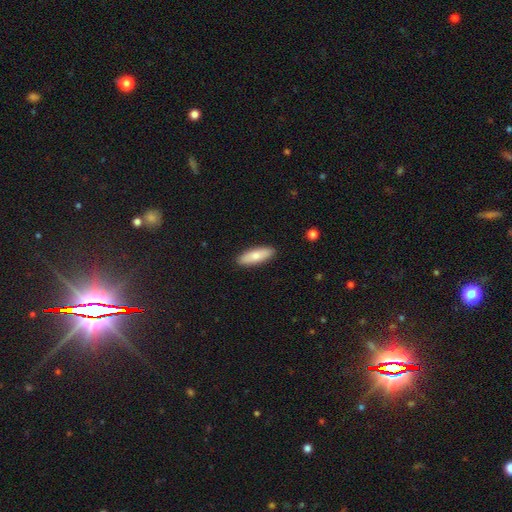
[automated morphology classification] Q: Smooth or featured?
A: smooth (75%); runner-up: featured or disk (19%)
Q: How rounded?
A: in between (58%); runner-up: cigar-shaped (40%)
Q: Merging?
A: none (90%); runner-up: minor disturbance (7%)